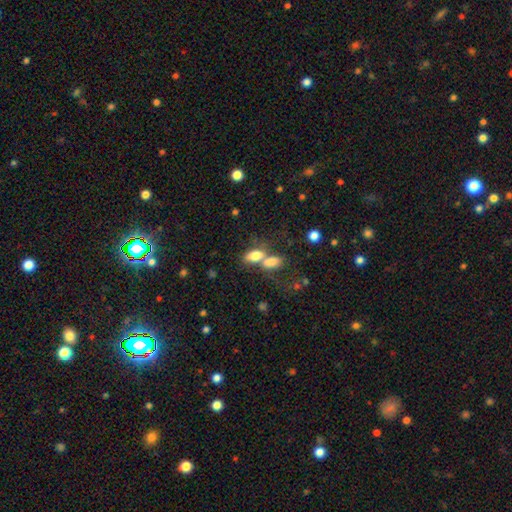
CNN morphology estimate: A smooth galaxy with no disk features (78%) that is in between round and cigar-shaped (88%).

Vote fractions:
- Smooth or featured? smooth: 78% / featured or disk: 13% / star or artifact: 9%
- How rounded? in between: 88% / cigar-shaped: 6% / round: 6%
- Merging? merger: 60% / none: 26% / minor disturbance: 8% / major disturbance: 5%